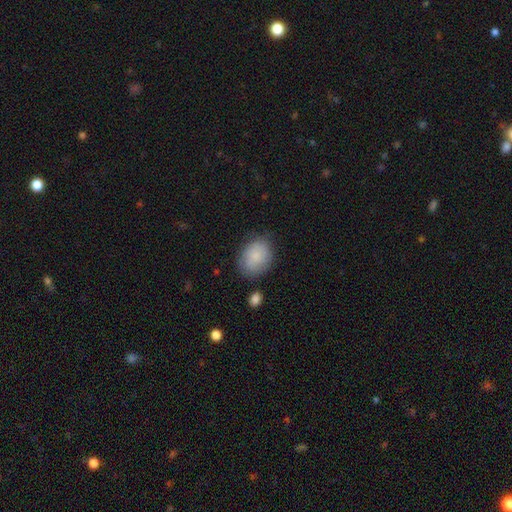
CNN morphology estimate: Q: Smooth or featured?
A: smooth (83%); runner-up: featured or disk (10%)
Q: How rounded?
A: in between (65%); runner-up: round (34%)
Q: Merging?
A: none (72%); runner-up: minor disturbance (20%)